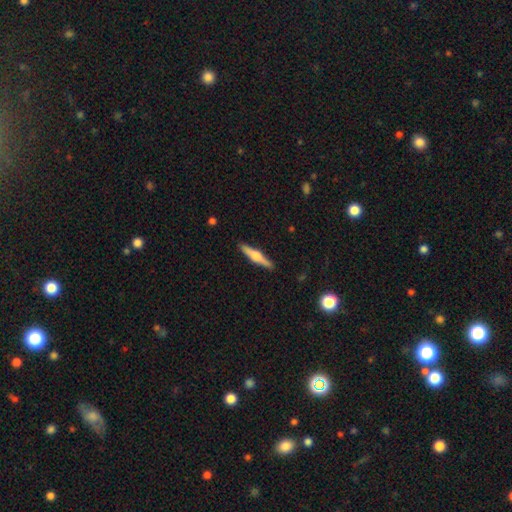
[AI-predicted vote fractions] Smooth or featured? featured or disk (66%)
Edge-on disk? yes (98%)
Edge-on bulge? rounded (92%)
Merging? none (91%)